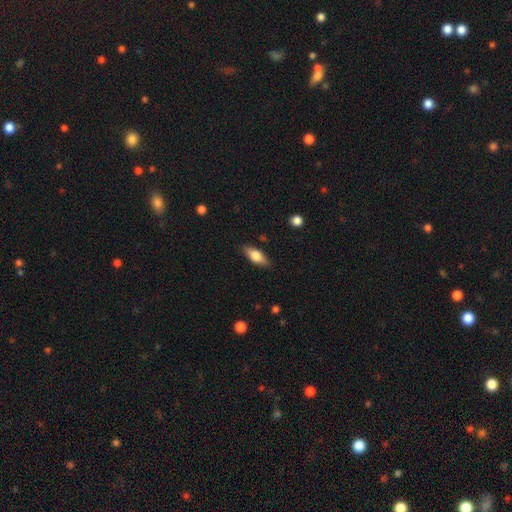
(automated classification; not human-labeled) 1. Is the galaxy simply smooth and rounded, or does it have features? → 66% smooth, 28% featured or disk, 7% star or artifact.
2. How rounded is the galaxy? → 73% in between, 23% cigar-shaped, 3% round.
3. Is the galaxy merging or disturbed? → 85% none, 11% minor disturbance, 2% major disturbance, 1% merger.